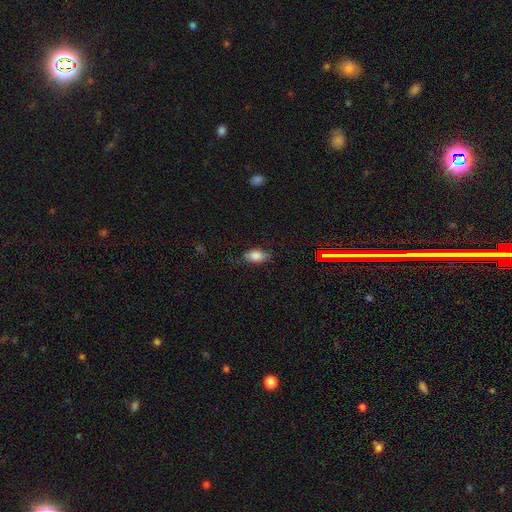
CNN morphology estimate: Smooth or featured: smooth — 79% (featured or disk — 11%)
How rounded: in between — 89% (round — 6%)
Merging: none — 73% (minor disturbance — 20%)